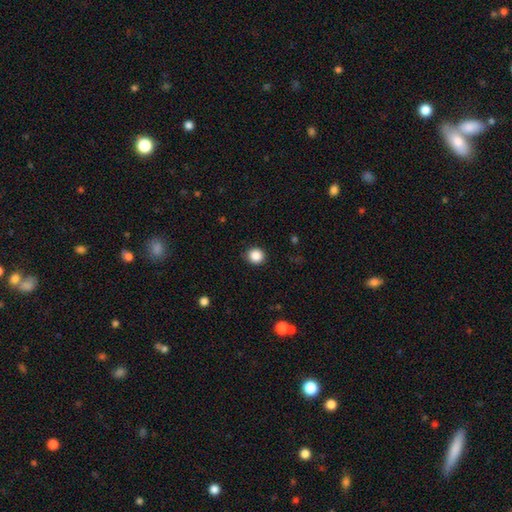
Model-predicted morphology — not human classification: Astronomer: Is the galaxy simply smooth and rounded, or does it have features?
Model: smooth — 87%.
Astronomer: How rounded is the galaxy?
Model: round — 91%.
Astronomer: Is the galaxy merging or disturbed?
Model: none — 90%.